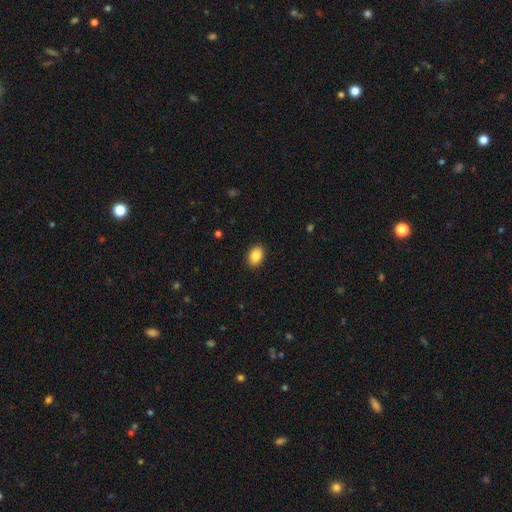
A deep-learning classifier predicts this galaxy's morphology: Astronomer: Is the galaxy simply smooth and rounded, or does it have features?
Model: smooth — 87%.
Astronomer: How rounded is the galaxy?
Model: in between — 76%.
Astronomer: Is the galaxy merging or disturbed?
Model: none — 90%.